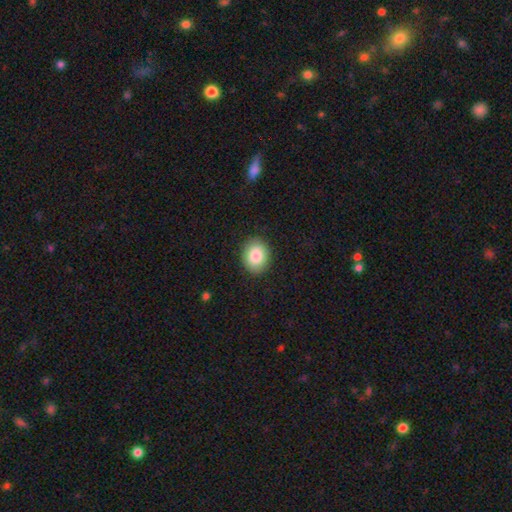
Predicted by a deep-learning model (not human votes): This is clearly a smooth galaxy (86%). How rounded: possibly in between (52%). Merging: clearly none (89%).